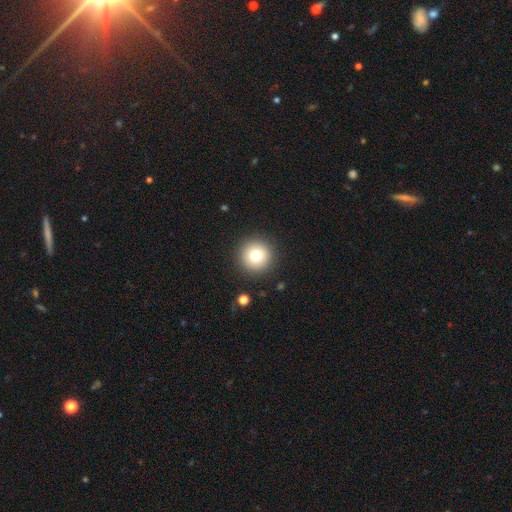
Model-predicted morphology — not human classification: smooth_or_featured: smooth (p=0.77) [alt: featured or disk p=0.12]
how_rounded: round (p=0.96) [alt: in between p=0.03]
merging: none (p=0.91) [alt: minor disturbance p=0.05]